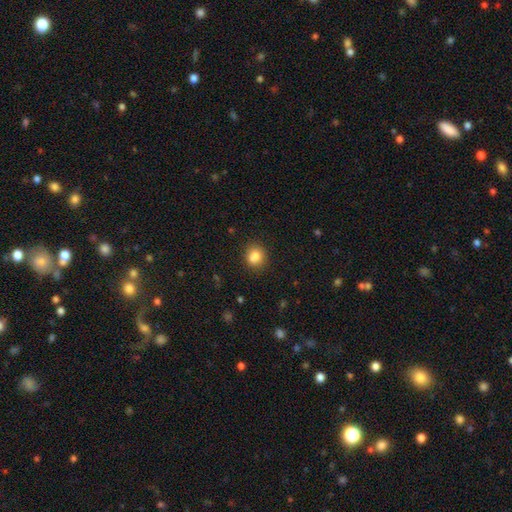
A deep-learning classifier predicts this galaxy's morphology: smooth_or_featured: smooth (p=0.82) [alt: star or artifact p=0.11]
how_rounded: round (p=0.75) [alt: in between p=0.24]
merging: none (p=0.74) [alt: minor disturbance p=0.13]